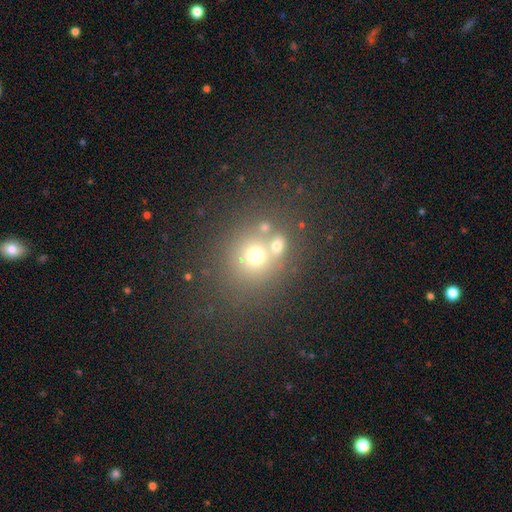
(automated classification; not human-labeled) A smooth galaxy with no disk features (64%) that is round (81%).

Vote fractions:
- Smooth or featured? smooth: 64% / star or artifact: 21% / featured or disk: 16%
- How rounded? round: 81% / in between: 18% / cigar-shaped: 1%
- Merging? none: 51% / merger: 36% / minor disturbance: 9% / major disturbance: 4%